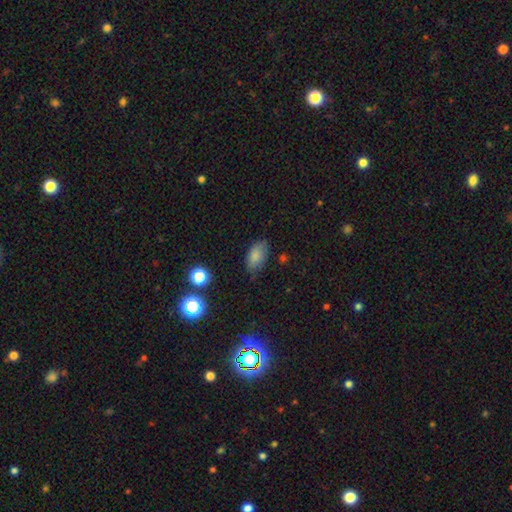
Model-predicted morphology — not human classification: Overall: smooth (82%). How rounded: in between (91%). Merging: none (74%).